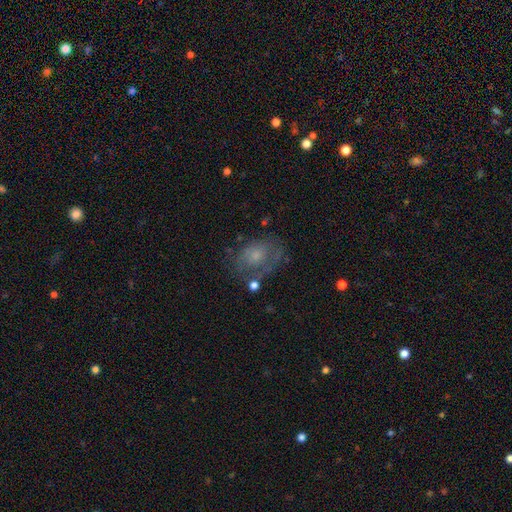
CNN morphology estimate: Q: Smooth or featured?
A: smooth (44%); runner-up: featured or disk (43%)
Q: Merging?
A: none (51%); runner-up: minor disturbance (24%)